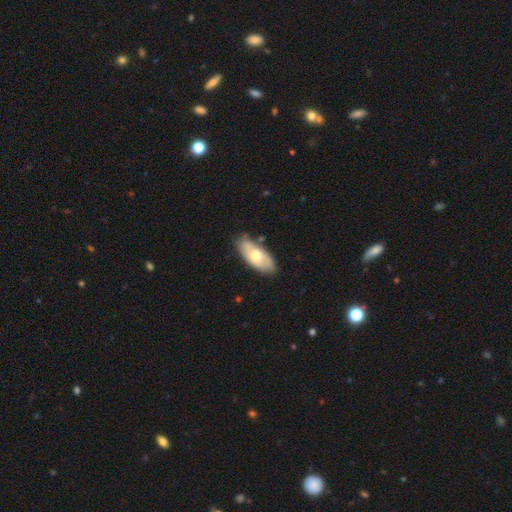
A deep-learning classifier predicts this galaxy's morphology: smooth-or-featured: smooth: 61% | featured or disk: 34% | star or artifact: 6%
  how-rounded: in between: 87% | cigar-shaped: 11% | round: 2%
  merging: none: 76% | minor disturbance: 17% | merger: 3% | major disturbance: 3%